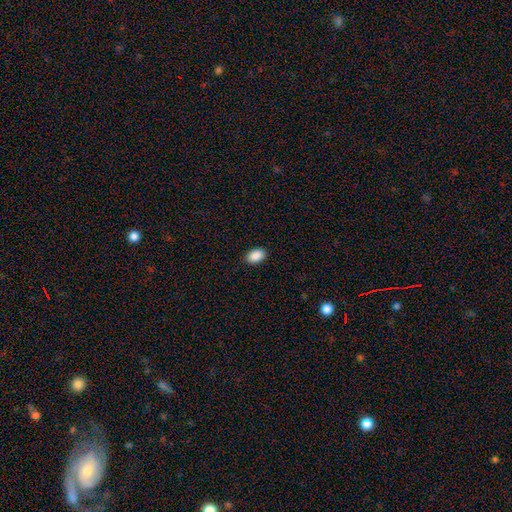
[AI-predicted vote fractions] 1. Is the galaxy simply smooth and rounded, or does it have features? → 90% smooth, 7% star or artifact, 3% featured or disk.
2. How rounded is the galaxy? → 86% in between, 13% round, 1% cigar-shaped.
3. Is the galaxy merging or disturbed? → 89% none, 8% minor disturbance, 2% major disturbance, 1% merger.